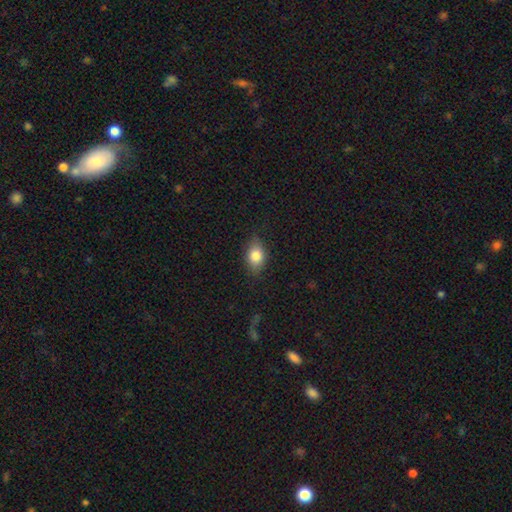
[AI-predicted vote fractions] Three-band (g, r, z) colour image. It shows a smooth galaxy with no disk features (81%) that is in between round and cigar-shaped (76%). Merging: none (80%).